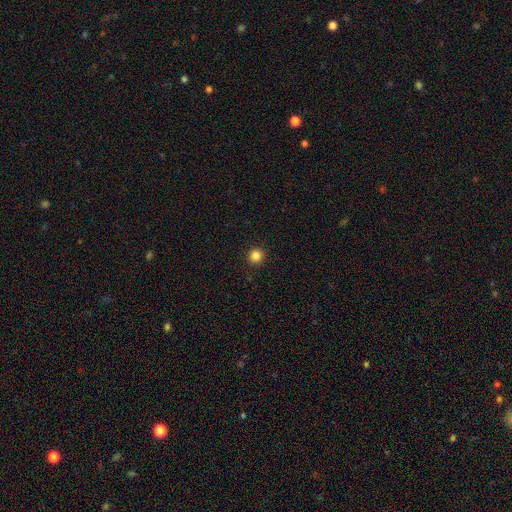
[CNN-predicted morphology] Smooth or featured?
  - smooth: 85% *
  - star or artifact: 12%
  - featured or disk: 3%
How rounded?
  - round: 95% *
  - in between: 4%
  - cigar-shaped: 1%
Merging?
  - none: 93% *
  - minor disturbance: 4%
  - major disturbance: 2%
  - merger: 1%